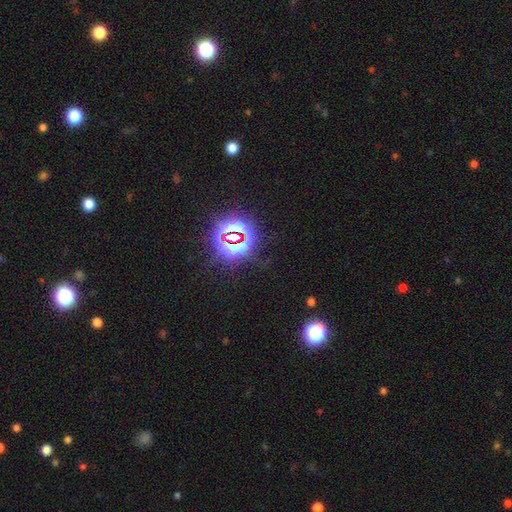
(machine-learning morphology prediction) Smooth or featured: star or artifact — 82% (smooth — 11%)